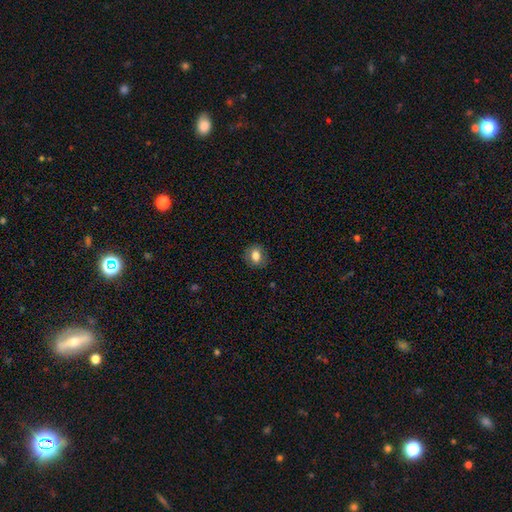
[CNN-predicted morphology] Smooth or featured? smooth (80%)
How rounded? round (53%)
Merging? none (84%)